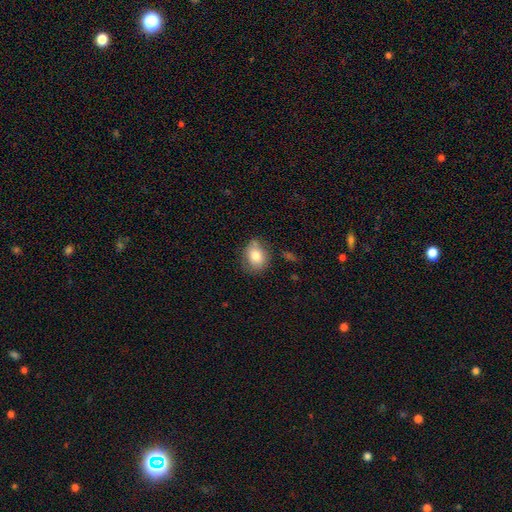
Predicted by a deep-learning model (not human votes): A smooth galaxy with no disk features (79%) that is in between round and cigar-shaped (50%). Merging: none (69%).